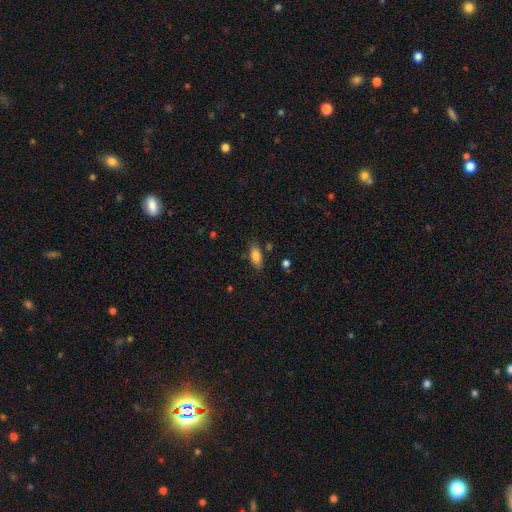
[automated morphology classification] The model was most divided on "how rounded": in between: 79%, cigar-shaped: 18%, round: 3%. More confident: smooth or featured — smooth (82%); merging — none (77%).